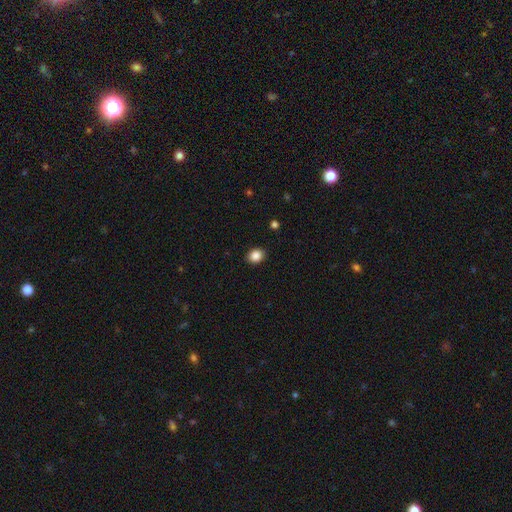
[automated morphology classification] This appears to be a smooth galaxy with no disk features (87%) that is in between round and cigar-shaped (51%). Merging: none (90%).